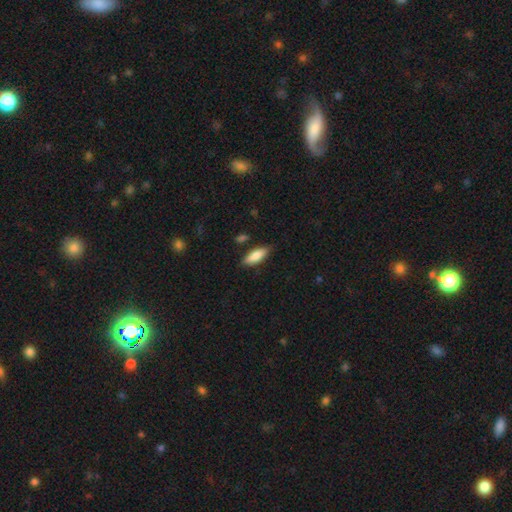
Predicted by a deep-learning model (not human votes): Smooth or featured?
  - smooth: 81% *
  - featured or disk: 13%
  - star or artifact: 6%
How rounded?
  - in between: 66% *
  - cigar-shaped: 33%
  - round: 2%
Merging?
  - none: 79% *
  - minor disturbance: 15%
  - major disturbance: 3%
  - merger: 3%